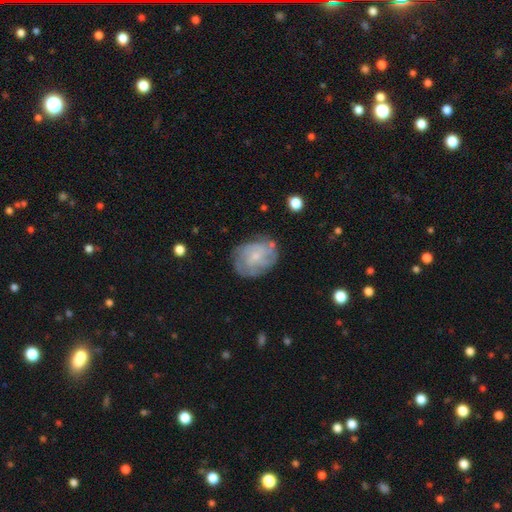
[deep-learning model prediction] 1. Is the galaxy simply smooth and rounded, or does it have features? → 73% featured or disk, 20% smooth, 7% star or artifact.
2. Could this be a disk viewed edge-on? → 98% no, 2% yes.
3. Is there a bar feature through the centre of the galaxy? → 69% no, 27% weak, 4% strong.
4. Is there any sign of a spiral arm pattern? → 87% yes, 13% no.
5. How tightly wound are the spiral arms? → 55% tight, 34% medium, 11% loose.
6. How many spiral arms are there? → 40% can't tell, 20% 3, 16% 4, 13% 2, 6% more than 4, 5% 1.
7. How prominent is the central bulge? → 73% small, 21% moderate, 5% none, 1% large, 1% dominant.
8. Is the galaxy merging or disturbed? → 71% none, 20% minor disturbance, 7% major disturbance, 2% merger.